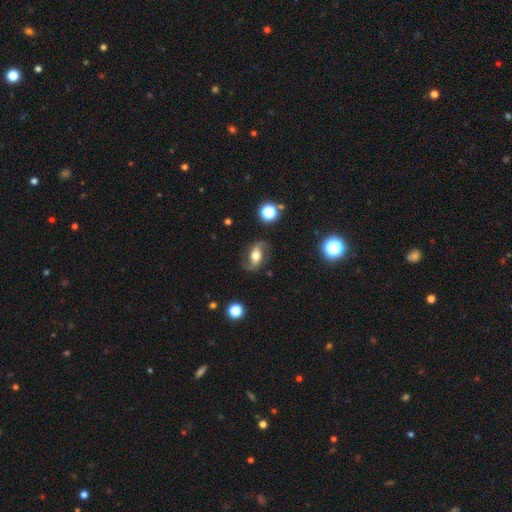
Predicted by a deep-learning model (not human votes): A featured or disk galaxy (69%) with no bar (44%), 2 (92%) loose (63%) spiral arms (90%) and a moderate central bulge (59%). Merging: none (76%).